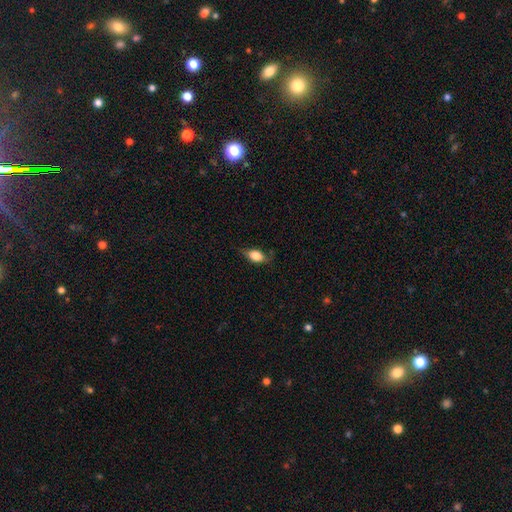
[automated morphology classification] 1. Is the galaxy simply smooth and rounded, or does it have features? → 77% smooth, 15% featured or disk, 8% star or artifact.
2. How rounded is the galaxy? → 82% in between, 12% round, 6% cigar-shaped.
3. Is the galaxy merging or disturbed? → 67% none, 25% minor disturbance, 6% major disturbance, 1% merger.